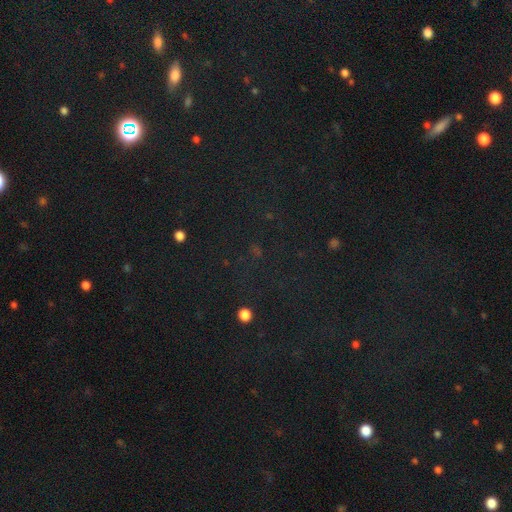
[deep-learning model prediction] Q: Smooth or featured?
A: star or artifact (77%); runner-up: smooth (16%)